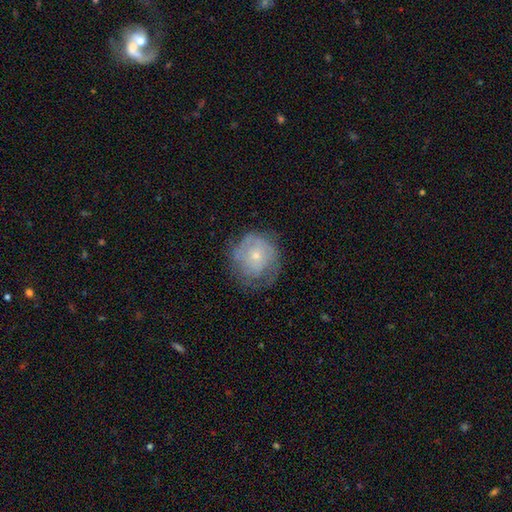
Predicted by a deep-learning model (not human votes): This appears to be a featured or disk galaxy (50%). Merging: none (56%).